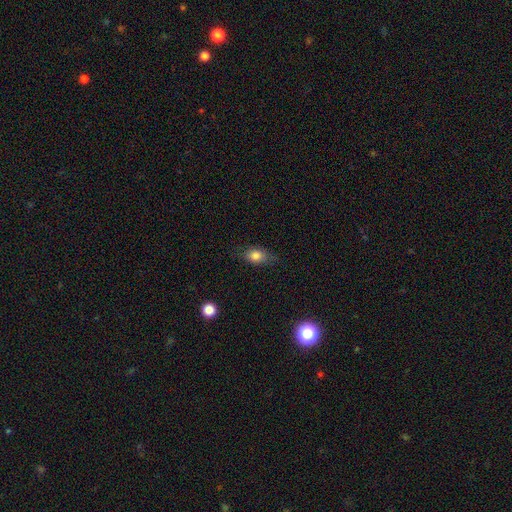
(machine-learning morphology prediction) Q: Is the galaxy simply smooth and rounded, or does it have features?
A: smooth — 80%.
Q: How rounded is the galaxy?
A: in between — 71%.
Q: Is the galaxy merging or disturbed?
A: none — 73%.